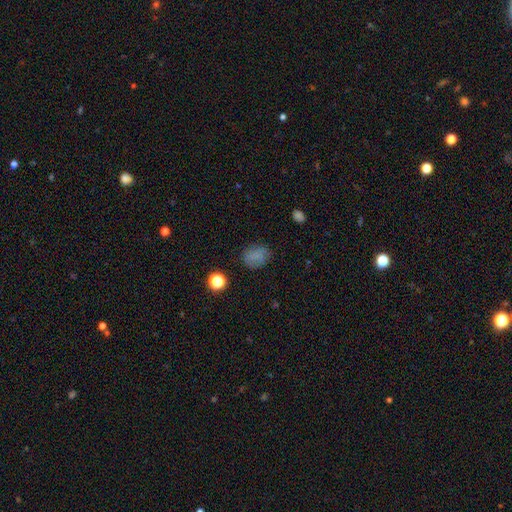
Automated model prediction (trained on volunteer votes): Smooth or featured? Predicted: smooth (p=0.73). How rounded? Predicted: round (p=0.51). Merging? Predicted: none (p=0.72).